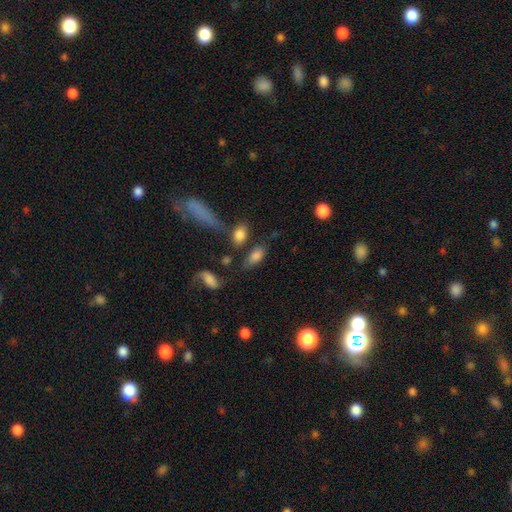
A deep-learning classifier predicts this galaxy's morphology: Smooth or featured?
  - smooth: 82% *
  - featured or disk: 10%
  - star or artifact: 8%
How rounded?
  - in between: 89% *
  - cigar-shaped: 6%
  - round: 5%
Merging?
  - none: 61% *
  - minor disturbance: 18%
  - merger: 12%
  - major disturbance: 9%